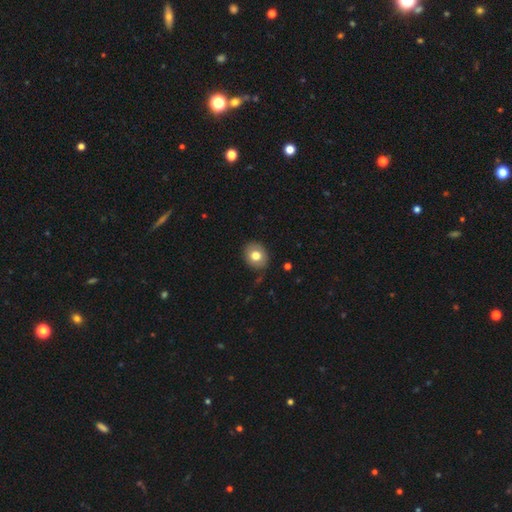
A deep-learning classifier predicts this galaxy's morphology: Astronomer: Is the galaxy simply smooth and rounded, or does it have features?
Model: smooth — 76%.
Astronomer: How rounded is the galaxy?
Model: round — 65%.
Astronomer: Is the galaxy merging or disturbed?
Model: none — 84%.